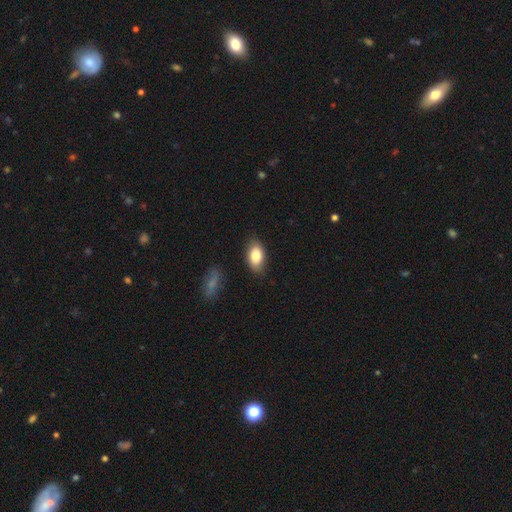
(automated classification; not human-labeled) A smooth galaxy with no disk features (81%) that is in between round and cigar-shaped (92%). Merging: none (82%).